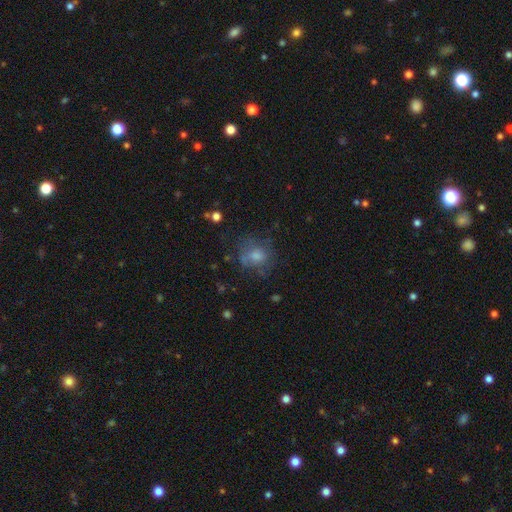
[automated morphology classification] The model was most divided on "smooth or featured": smooth: 60%, featured or disk: 22%, star or artifact: 19%. More confident: how rounded — round (73%); merging — none (62%).